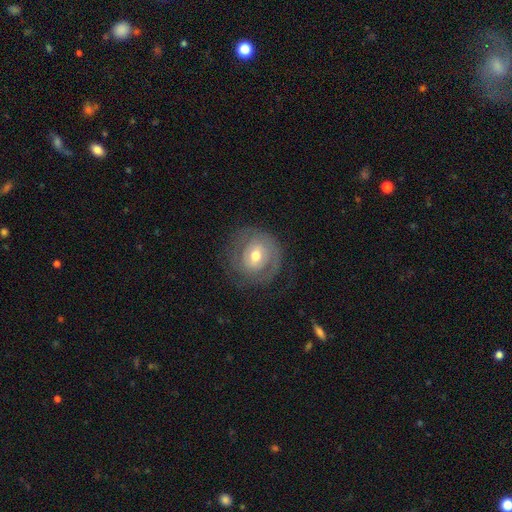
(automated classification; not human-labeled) A featured or disk galaxy (68%) with no bar (44%), spiral arms (74%) and a moderate central bulge (72%).

Vote fractions:
- Smooth or featured? featured or disk: 68% / smooth: 25% / star or artifact: 7%
- Edge-on disk? no: 97% / yes: 3%
- Bar? no: 44% / weak: 42% / strong: 14%
- Spiral arms? yes: 74% / no: 26%
- Bulge size? moderate: 72% / small: 20% / large: 6% / dominant: 1% / none: 1%
- Merging? none: 75% / minor disturbance: 15% / major disturbance: 9% / merger: 1%